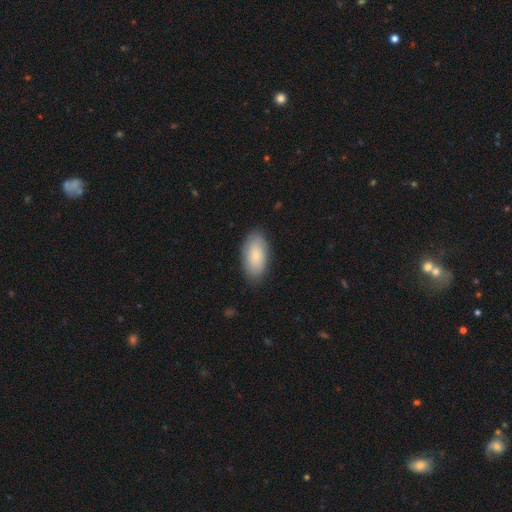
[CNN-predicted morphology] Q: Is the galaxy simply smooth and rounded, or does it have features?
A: smooth — 74%.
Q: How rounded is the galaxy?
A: in between — 94%.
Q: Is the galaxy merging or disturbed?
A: none — 83%.